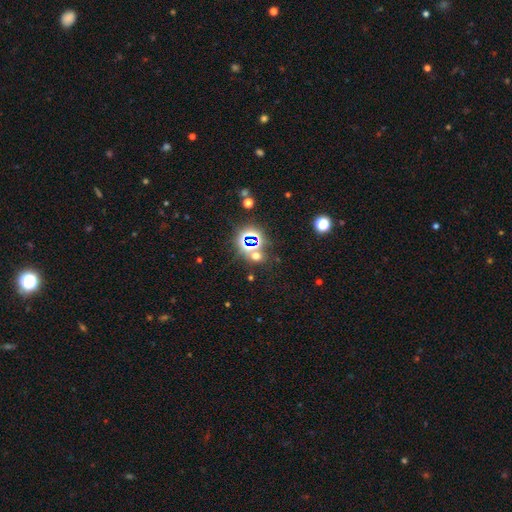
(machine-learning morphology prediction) A star or artifact, not a galaxy (60%).